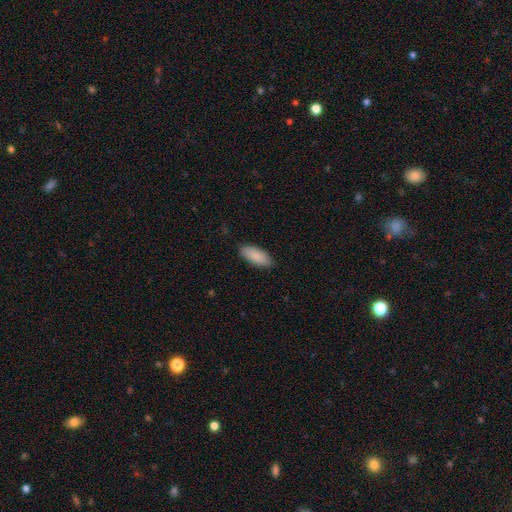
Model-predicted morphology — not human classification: This appears to be a smooth galaxy with no disk features (88%) that is in between round and cigar-shaped (86%). Merging: none (88%).